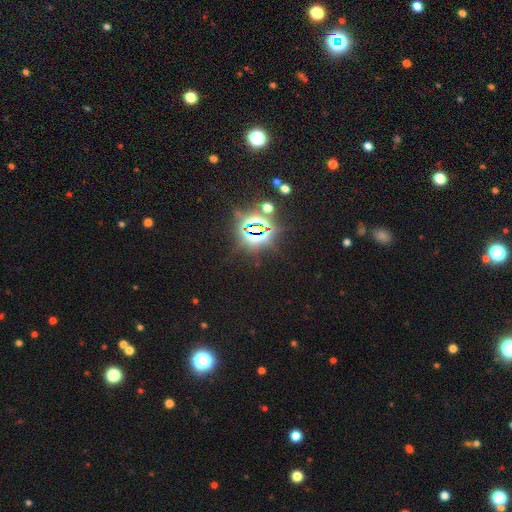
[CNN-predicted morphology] Q: Smooth or featured?
A: star or artifact (82%); runner-up: smooth (12%)